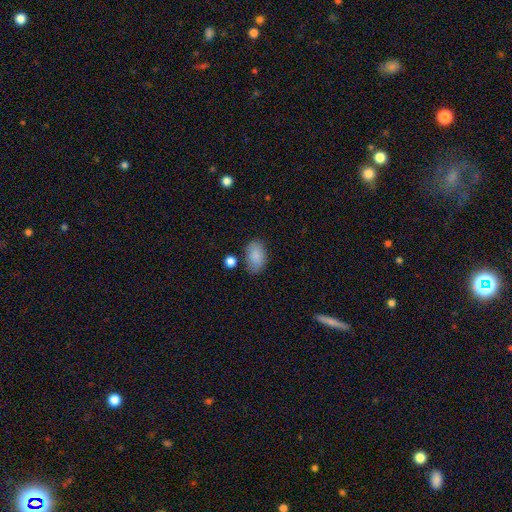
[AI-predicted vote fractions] Smooth or featured: smooth — 87% (star or artifact — 7%)
How rounded: in between — 92% (round — 7%)
Merging: none — 75% (minor disturbance — 16%)